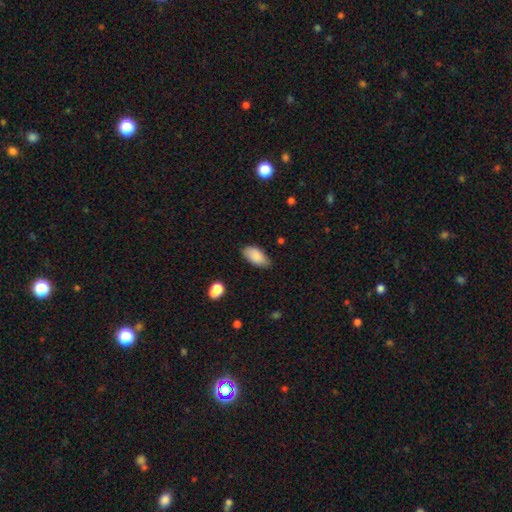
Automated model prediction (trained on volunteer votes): This appears to be a smooth galaxy with no disk features (87%) that is in between round and cigar-shaped (93%). Merging: none (75%).